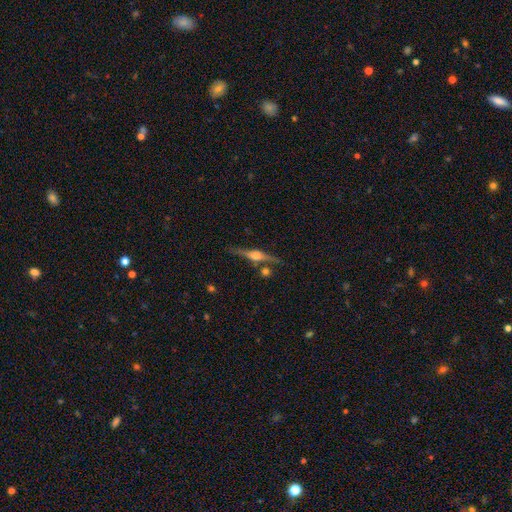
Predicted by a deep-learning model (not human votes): smooth-or-featured: featured or disk: 80% | smooth: 13% | star or artifact: 7%
  disk-edge-on: yes: 97% | no: 3%
    edge-on-bulge: rounded: 88% | boxy: 10% | none: 3%
  merging: none: 81% | minor disturbance: 10% | merger: 6% | major disturbance: 3%